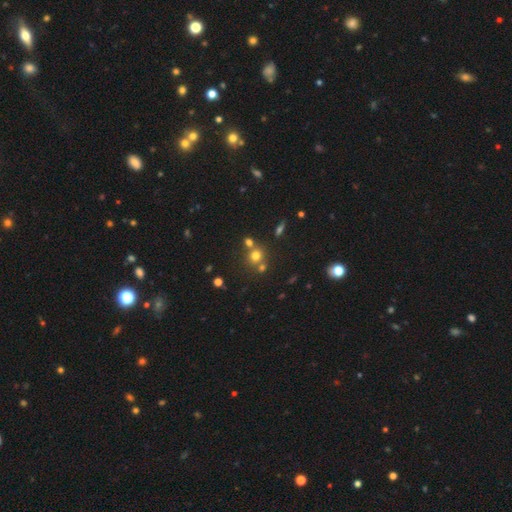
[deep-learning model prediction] The model was most divided on "merging": none: 63%, merger: 25%, minor disturbance: 9%, major disturbance: 4%. More confident: how rounded — round (86%); smooth or featured — smooth (68%).